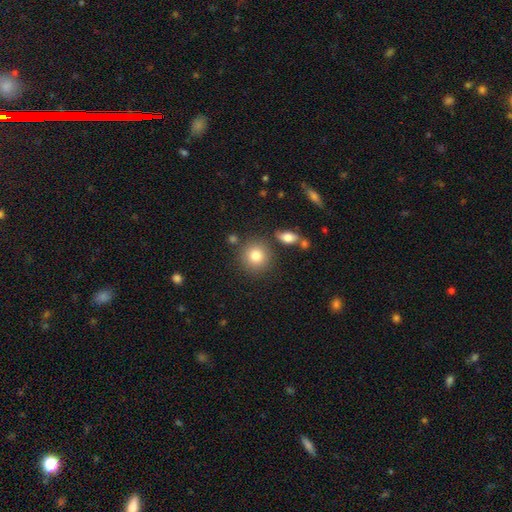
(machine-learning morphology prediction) The model was most divided on "smooth or featured": smooth: 81%, star or artifact: 10%, featured or disk: 9%. More confident: how rounded — round (89%); merging — none (82%).